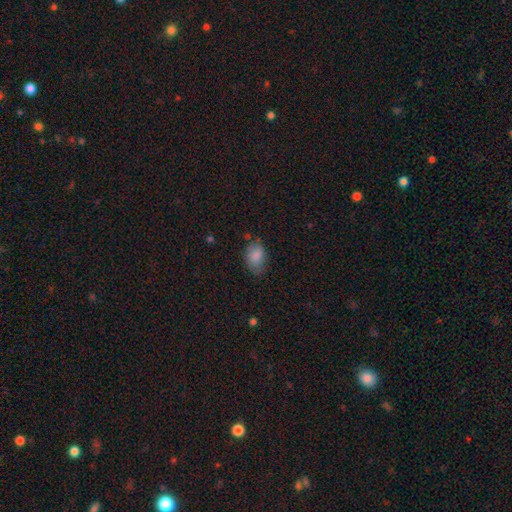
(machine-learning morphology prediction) Q: Smooth or featured?
A: smooth (83%); runner-up: featured or disk (9%)
Q: How rounded?
A: in between (86%); runner-up: round (12%)
Q: Merging?
A: none (61%); runner-up: minor disturbance (29%)